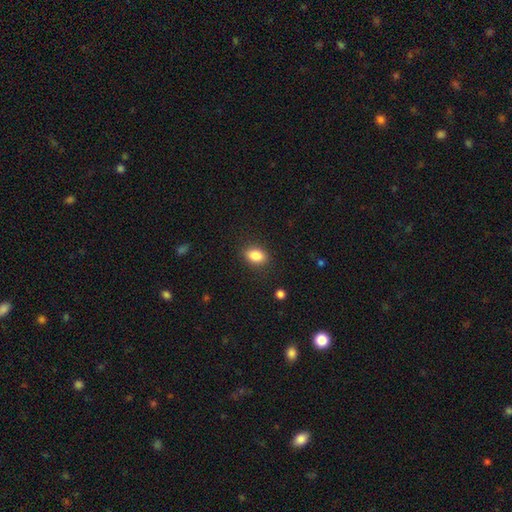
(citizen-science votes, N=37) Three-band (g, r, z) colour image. It shows a smooth galaxy with no disk features (92%) that is in between round and cigar-shaped (85%). Merging: none (78%).